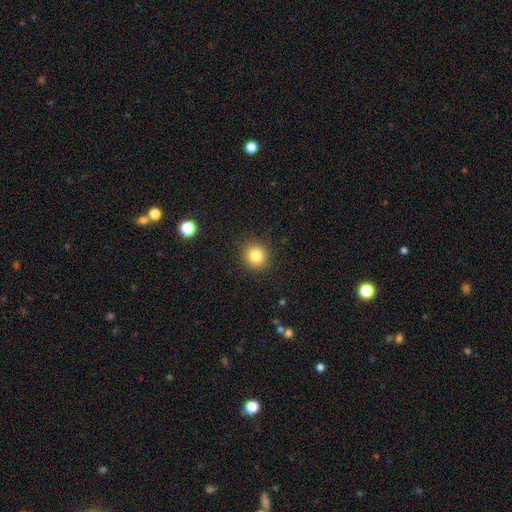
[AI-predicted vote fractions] Overall: smooth (83%). How rounded: round (90%). Merging: none (90%).